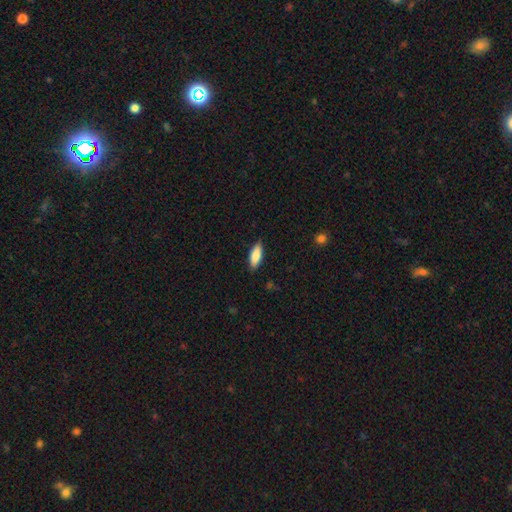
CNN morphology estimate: smooth 84%, featured or disk 10%, star or artifact 6%. Down the decision tree: how rounded — in between (70%); merging — none (86%).